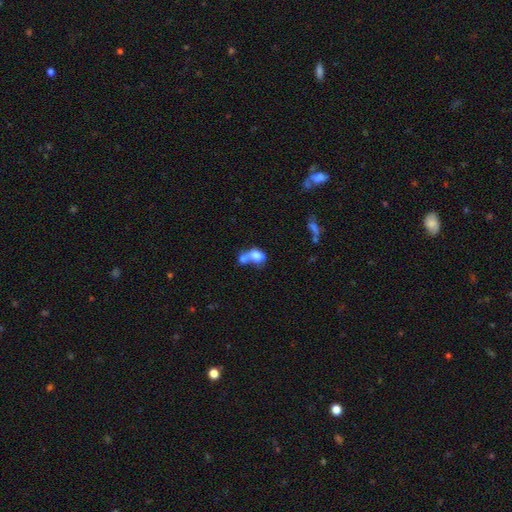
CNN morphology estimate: A smooth galaxy with no disk features (71%) that is in between round and cigar-shaped (71%). Merging: merger (67%).